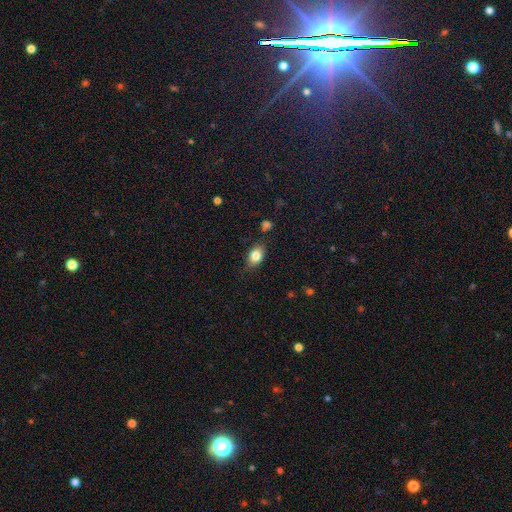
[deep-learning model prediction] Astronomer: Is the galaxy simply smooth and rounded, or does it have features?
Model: smooth — 81%.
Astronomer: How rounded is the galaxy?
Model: in between — 80%.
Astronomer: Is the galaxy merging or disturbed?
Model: none — 76%.